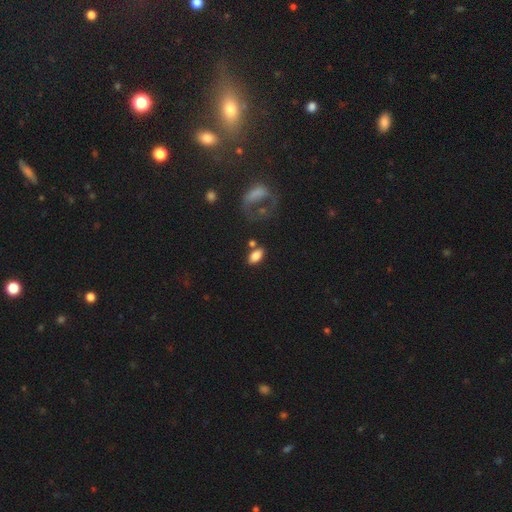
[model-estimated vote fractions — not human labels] Smooth or featured: smooth — 82% (featured or disk — 10%)
How rounded: in between — 91% (round — 5%)
Merging: none — 71% (minor disturbance — 14%)